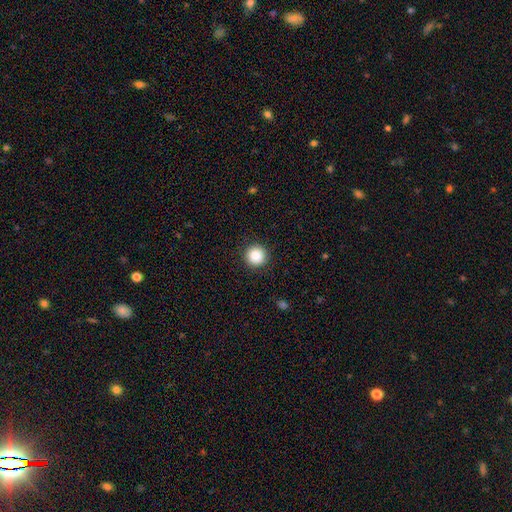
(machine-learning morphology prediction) A smooth galaxy with no disk features (87%) that is round (96%). Merging: none (91%).